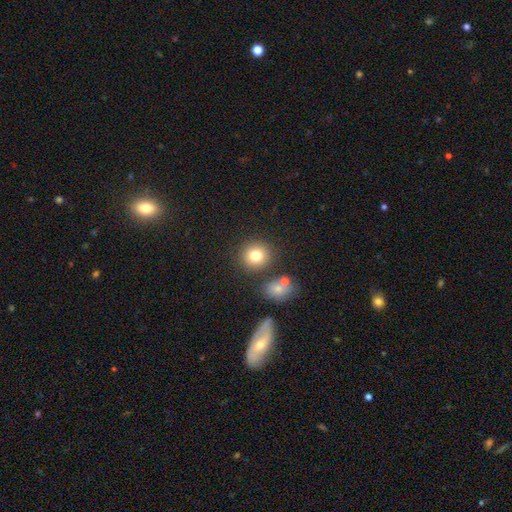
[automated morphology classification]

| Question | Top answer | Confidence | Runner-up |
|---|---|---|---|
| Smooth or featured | smooth | 80% | star or artifact (12%) |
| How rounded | round | 86% | in between (13%) |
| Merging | none | 81% | minor disturbance (9%) |